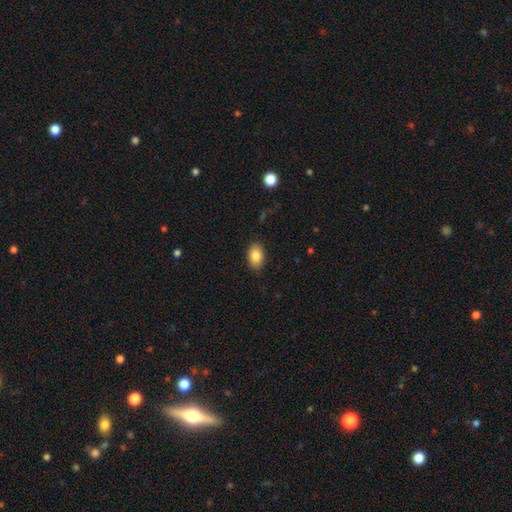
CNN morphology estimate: Overall: smooth (86%). How rounded: in between (88%). Merging: none (86%).